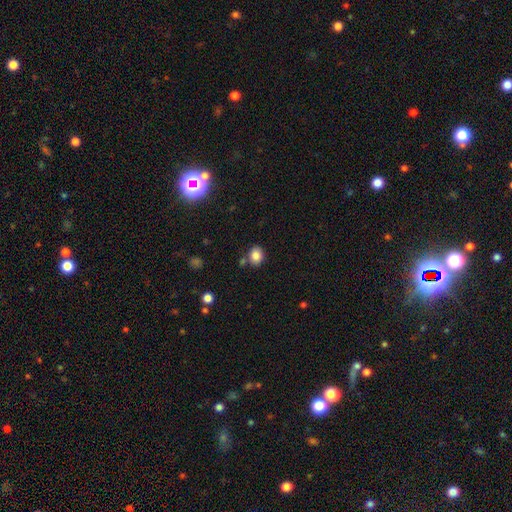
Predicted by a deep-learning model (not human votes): The model was most divided on "how rounded": round: 57%, in between: 43%, cigar-shaped: 1%. More confident: smooth or featured — smooth (83%); merging — none (74%).